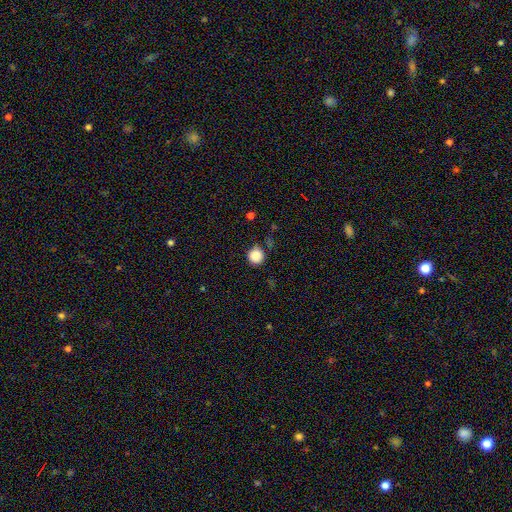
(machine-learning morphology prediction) A smooth galaxy with no disk features (87%) that is round (94%). Merging: none (81%).